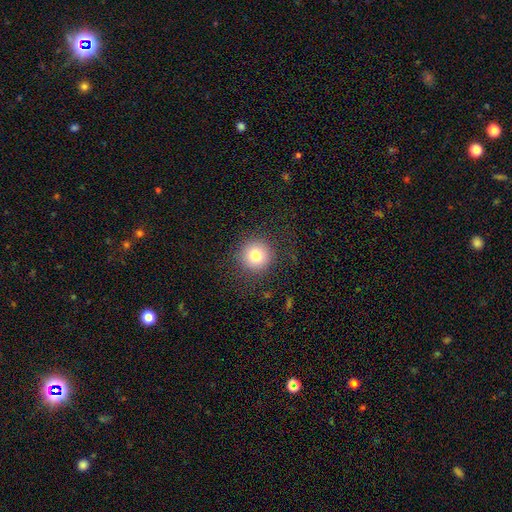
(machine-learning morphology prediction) smooth-or-featured: smooth: 79% | star or artifact: 12% | featured or disk: 10%
  how-rounded: round: 95% | in between: 4% | cigar-shaped: 1%
  merging: none: 88% | minor disturbance: 7% | major disturbance: 4% | merger: 1%